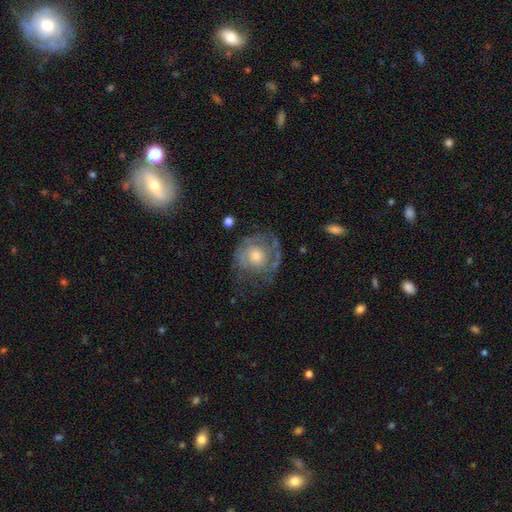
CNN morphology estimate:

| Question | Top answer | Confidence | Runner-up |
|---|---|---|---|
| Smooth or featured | featured or disk | 69% | smooth (23%) |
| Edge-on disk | no | 97% | yes (3%) |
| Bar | no | 81% | weak (16%) |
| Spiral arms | yes | 75% | no (25%) |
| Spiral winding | tight | 56% | medium (31%) |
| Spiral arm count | can't tell | 41% | 2 (31%) |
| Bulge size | moderate | 58% | small (32%) |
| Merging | none | 57% | minor disturbance (21%) |